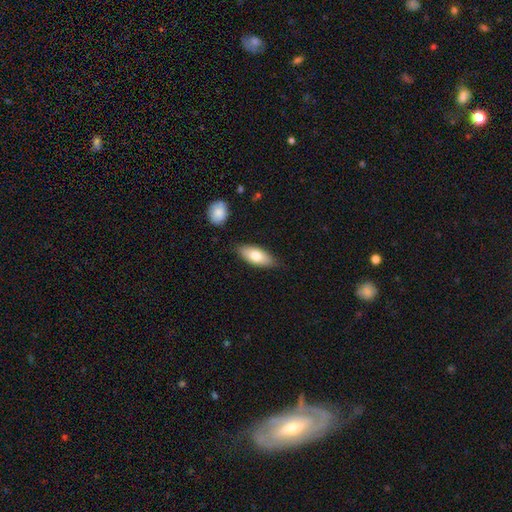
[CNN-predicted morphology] Smooth or featured? smooth (76%)
How rounded? in between (81%)
Merging? none (79%)